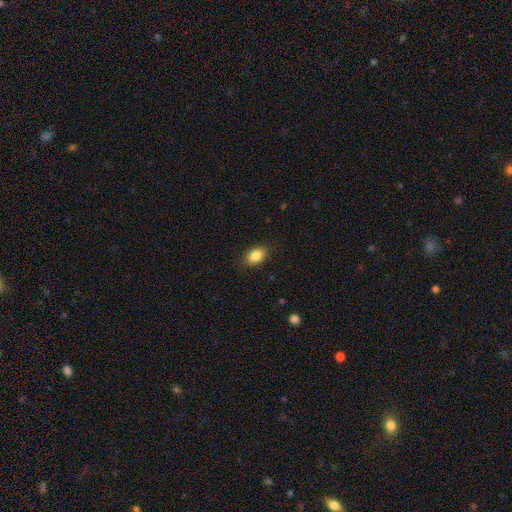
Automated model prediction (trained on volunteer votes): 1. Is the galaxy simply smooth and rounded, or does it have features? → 85% smooth, 8% star or artifact, 7% featured or disk.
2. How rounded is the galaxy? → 85% in between, 13% round, 2% cigar-shaped.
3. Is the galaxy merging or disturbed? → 86% none, 11% minor disturbance, 3% major disturbance, 1% merger.